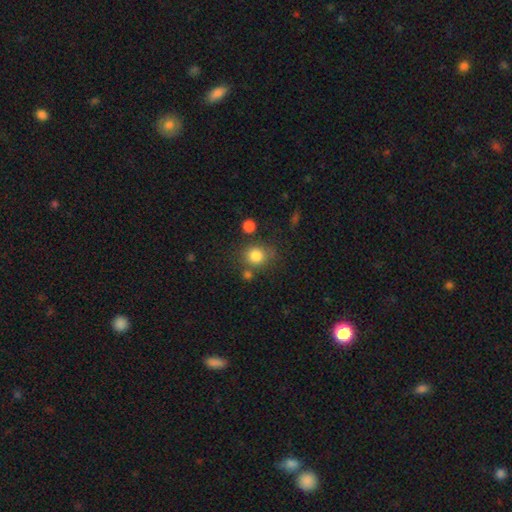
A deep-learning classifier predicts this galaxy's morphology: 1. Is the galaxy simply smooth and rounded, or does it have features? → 82% smooth, 11% star or artifact, 6% featured or disk.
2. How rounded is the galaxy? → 84% round, 15% in between, 1% cigar-shaped.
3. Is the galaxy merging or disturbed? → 72% none, 12% minor disturbance, 11% merger, 5% major disturbance.